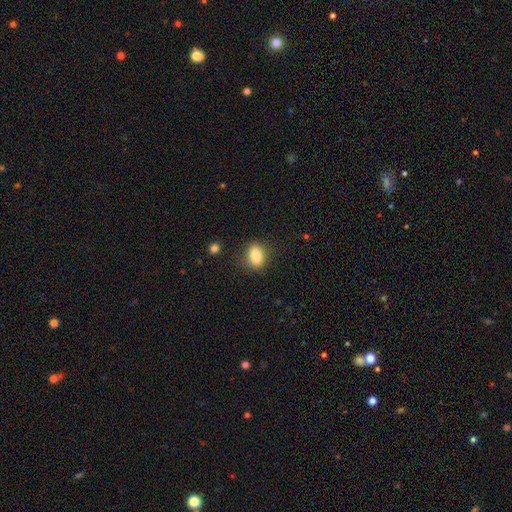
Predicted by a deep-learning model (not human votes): A smooth galaxy with no disk features (84%) that is in between round and cigar-shaped (70%).

Vote fractions:
- Smooth or featured? smooth: 84% / star or artifact: 9% / featured or disk: 8%
- How rounded? in between: 70% / round: 27% / cigar-shaped: 3%
- Merging? none: 82% / minor disturbance: 13% / major disturbance: 3% / merger: 2%